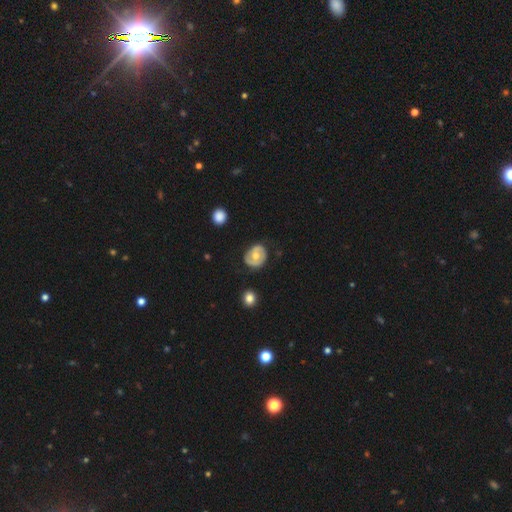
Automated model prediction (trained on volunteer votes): The model was most divided on "spiral arms": yes: 55%, no: 45%. More confident: edge-on disk — no (97%); bulge size — moderate (76%); bar — no (73%); merging — none (68%); smooth or featured — featured or disk (53%).